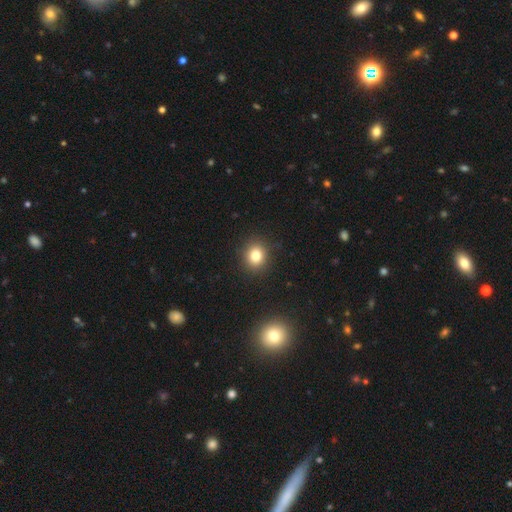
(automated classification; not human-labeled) This appears to be a smooth galaxy with no disk features (80%) that is round (77%). Merging: none (90%).